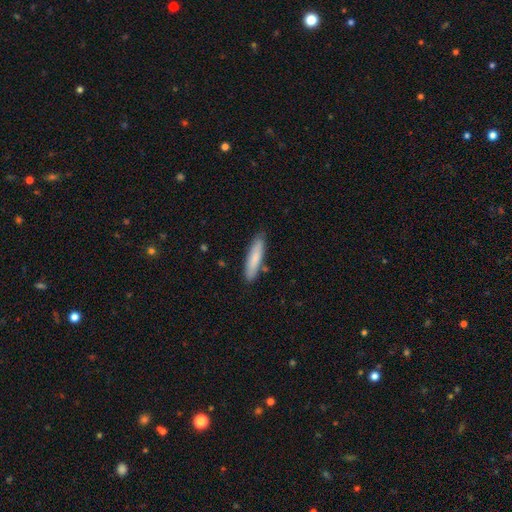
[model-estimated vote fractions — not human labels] smooth 80%, featured or disk 14%, star or artifact 6%. Down the decision tree: how rounded — cigar-shaped (80%); merging — none (82%).